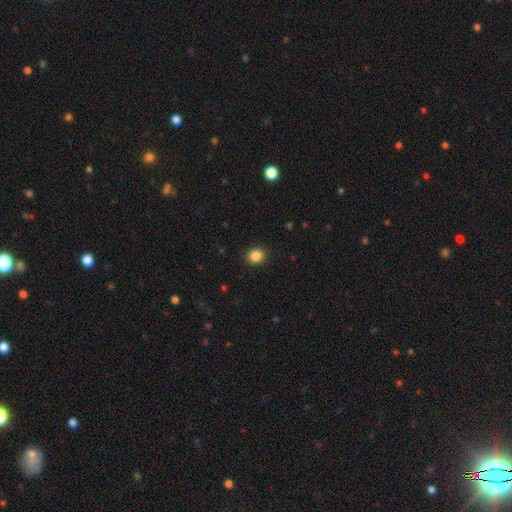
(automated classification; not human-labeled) This is clearly a smooth galaxy (86%). How rounded: clearly round (83%). Merging: clearly none (92%).